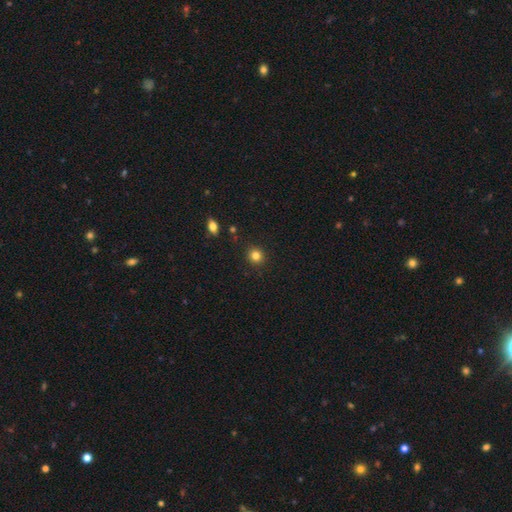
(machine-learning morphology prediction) smooth 83%, star or artifact 12%, featured or disk 5%. Down the decision tree: how rounded — round (90%); merging — none (89%).